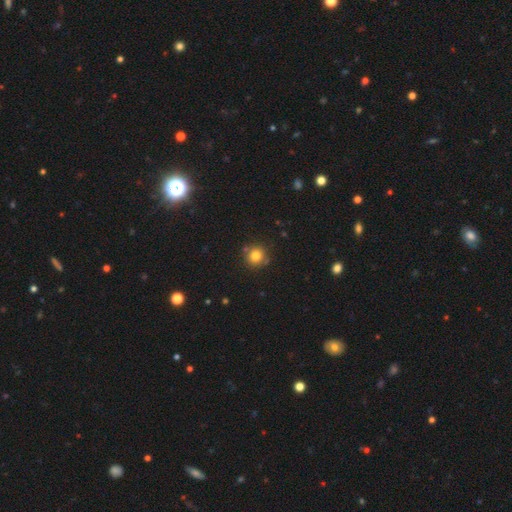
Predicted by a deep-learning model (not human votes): Smooth or featured? smooth (80%)
How rounded? round (92%)
Merging? none (80%)